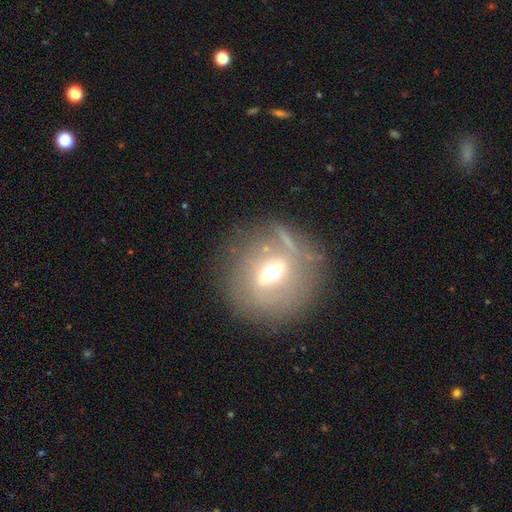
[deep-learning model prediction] Smooth or featured?
  - featured or disk: 57% *
  - smooth: 30%
  - star or artifact: 13%
Edge-on disk?
  - no: 78% *
  - yes: 22%
Merging?
  - none: 72% *
  - minor disturbance: 15%
  - major disturbance: 8%
  - merger: 5%